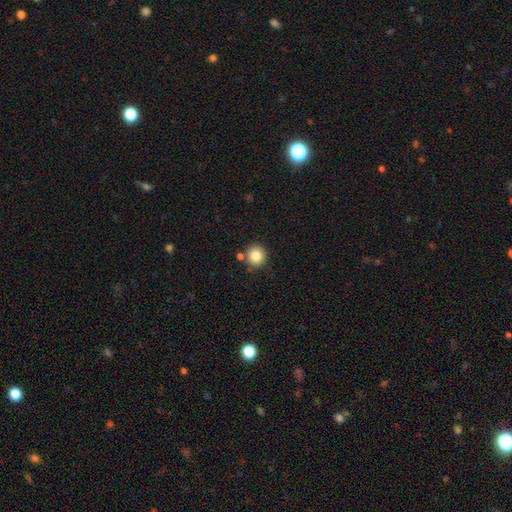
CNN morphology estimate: Smooth or featured?
  - smooth: 83% *
  - star or artifact: 10%
  - featured or disk: 6%
How rounded?
  - round: 93% *
  - in between: 6%
  - cigar-shaped: 1%
Merging?
  - none: 80% *
  - merger: 9%
  - minor disturbance: 8%
  - major disturbance: 2%